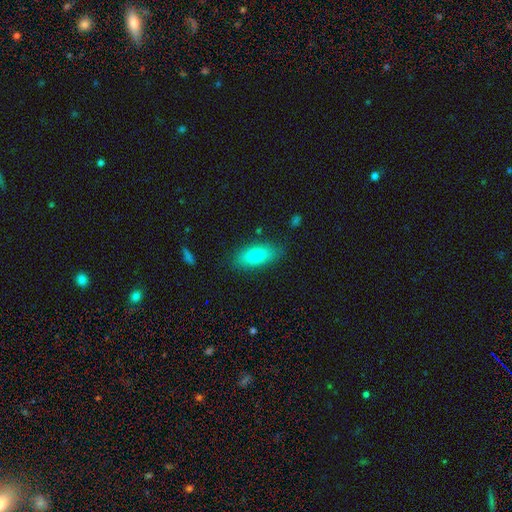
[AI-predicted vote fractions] smooth-or-featured: smooth: 77% | featured or disk: 16% | star or artifact: 7%
  how-rounded: in between: 77% | cigar-shaped: 19% | round: 4%
  merging: none: 83% | minor disturbance: 12% | major disturbance: 3% | merger: 2%